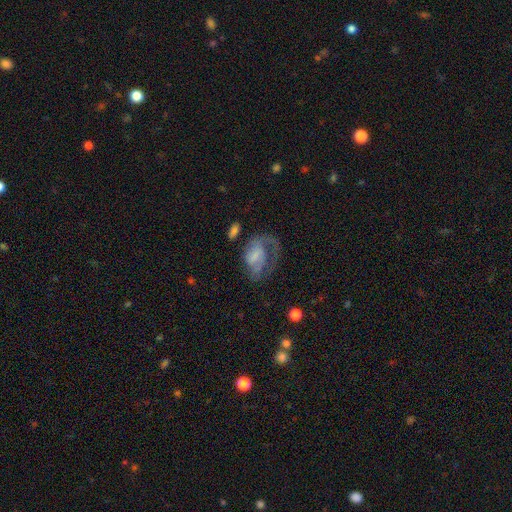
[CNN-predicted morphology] A featured or disk galaxy (59%) with no bar (59%), spiral arms (72%) and no central bulge (43%). Merging: major disturbance (47%).